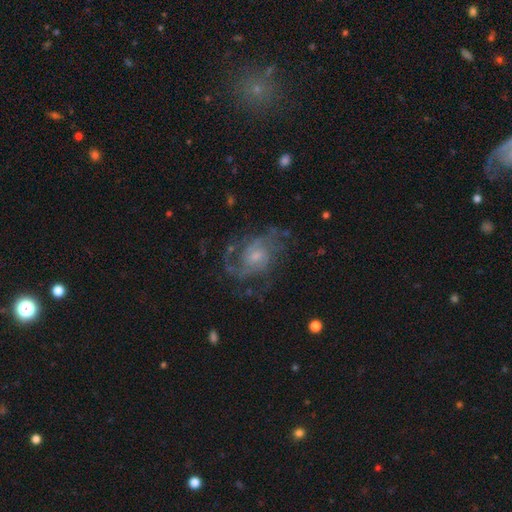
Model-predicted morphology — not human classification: Smooth or featured: featured or disk — 84% (smooth — 9%)
Edge-on disk: no — 98% (yes — 2%)
Bar: no — 58% (weak — 37%)
Spiral arms: yes — 93% (no — 7%)
Spiral winding: medium — 49% (tight — 31%)
Spiral arm count: 2 — 33% (can't tell — 26%)
Bulge size: small — 54% (moderate — 35%)
Merging: none — 63% (minor disturbance — 18%)